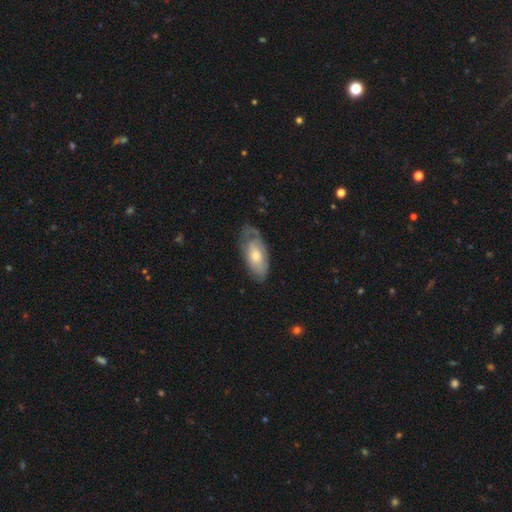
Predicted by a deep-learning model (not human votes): Smooth or featured: smooth — 50% (featured or disk — 45%)
Merging: none — 49% (minor disturbance — 32%)